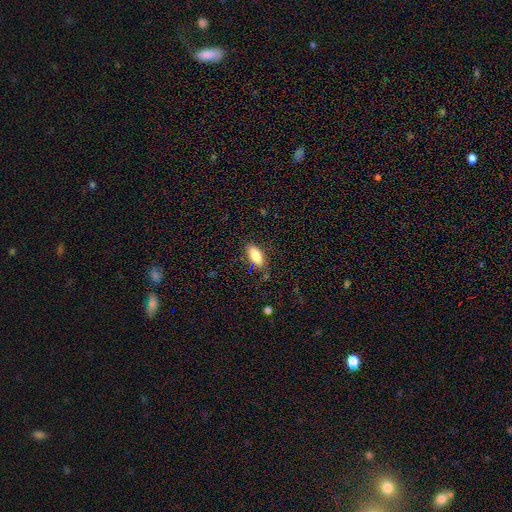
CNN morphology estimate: smooth_or_featured: smooth (p=0.81) [alt: featured or disk p=0.12]
how_rounded: in between (p=0.85) [alt: cigar-shaped p=0.12]
merging: none (p=0.80) [alt: minor disturbance p=0.14]